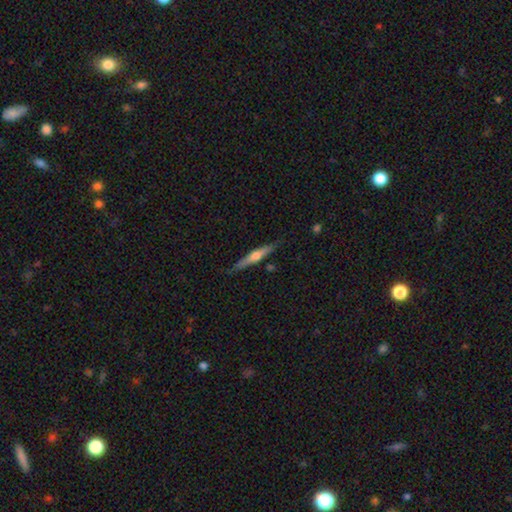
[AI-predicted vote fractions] smooth_or_featured: featured or disk (p=0.51) [alt: smooth p=0.43]
disk_edge_on: yes (p=0.96) [alt: no p=0.04]
merging: none (p=0.82) [alt: minor disturbance p=0.13]